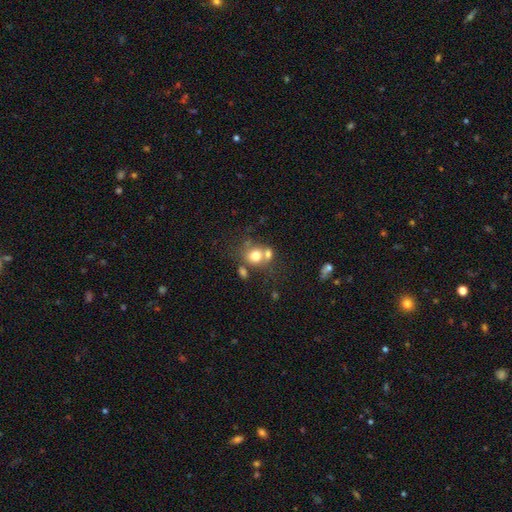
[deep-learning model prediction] The model was most divided on "merging": none: 42%, merger: 41%, minor disturbance: 11%, major disturbance: 6%. More confident: smooth or featured — smooth (72%); how rounded — round (71%).